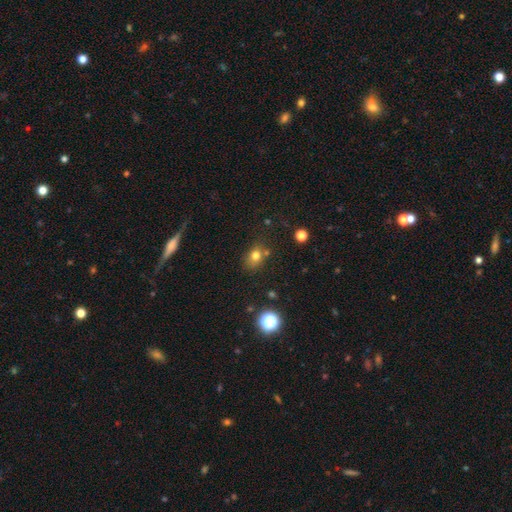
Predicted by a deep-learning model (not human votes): Smooth or featured?
  - smooth: 75% *
  - star or artifact: 16%
  - featured or disk: 9%
How rounded?
  - round: 55% *
  - in between: 44%
  - cigar-shaped: 1%
Merging?
  - none: 65% *
  - minor disturbance: 17%
  - merger: 12%
  - major disturbance: 5%